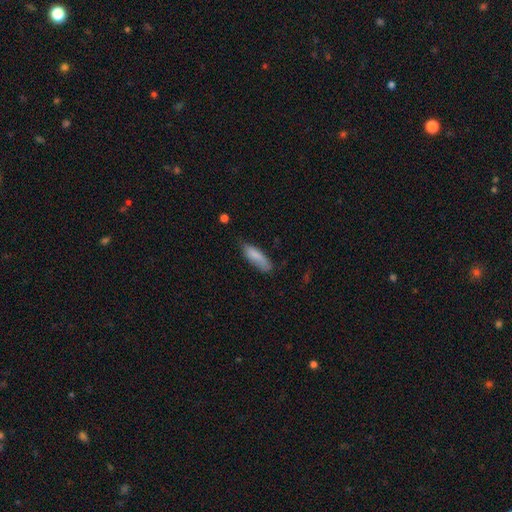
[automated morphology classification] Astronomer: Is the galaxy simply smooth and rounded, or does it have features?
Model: smooth — 84%.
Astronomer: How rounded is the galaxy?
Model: in between — 55% (runner-up: cigar-shaped, 43%).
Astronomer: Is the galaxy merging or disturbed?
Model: none — 64%.